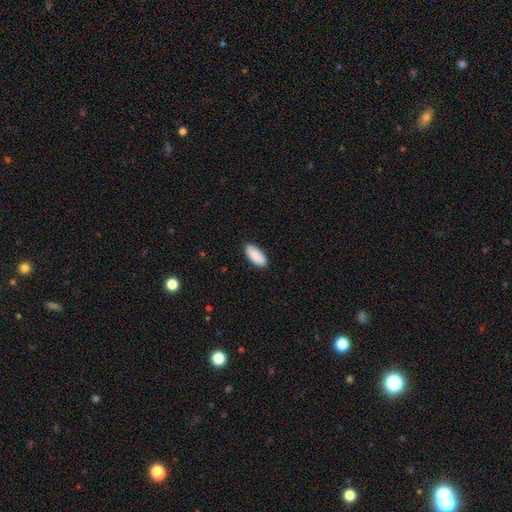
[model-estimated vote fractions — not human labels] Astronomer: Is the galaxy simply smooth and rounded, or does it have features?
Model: smooth — 91%.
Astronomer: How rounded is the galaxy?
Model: in between — 86%.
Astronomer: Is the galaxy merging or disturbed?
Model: none — 89%.